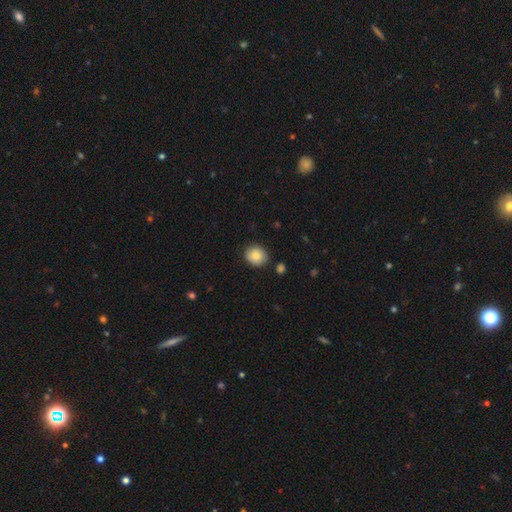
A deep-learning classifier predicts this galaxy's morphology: type=smooth (83%); roundness=round (74%); merging=none (86%).